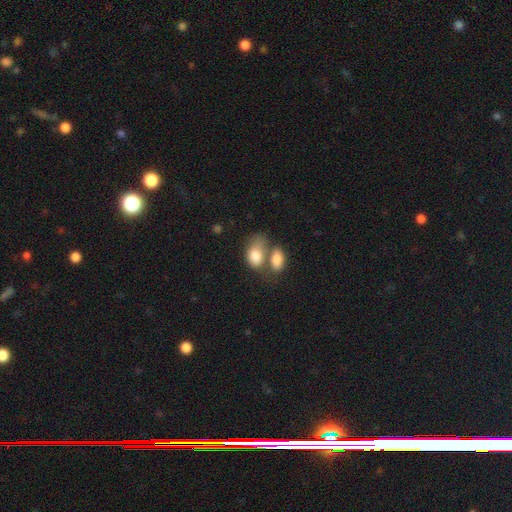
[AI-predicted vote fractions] Morphology: type=smooth (81%); roundness=in between (86%); merging=merger (56%).